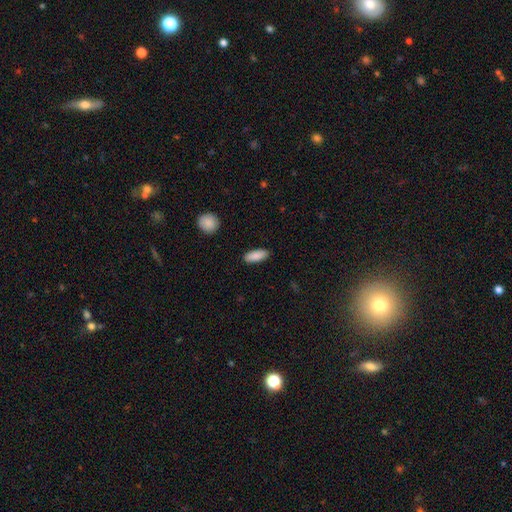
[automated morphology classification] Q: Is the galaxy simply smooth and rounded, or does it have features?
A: smooth — 88%.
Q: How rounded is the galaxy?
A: in between — 74%.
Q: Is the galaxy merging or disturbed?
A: none — 89%.